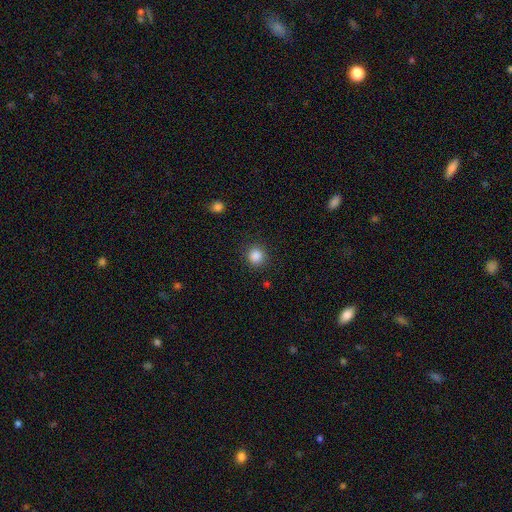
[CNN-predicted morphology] type=smooth (86%); roundness=round (91%); merging=none (89%).